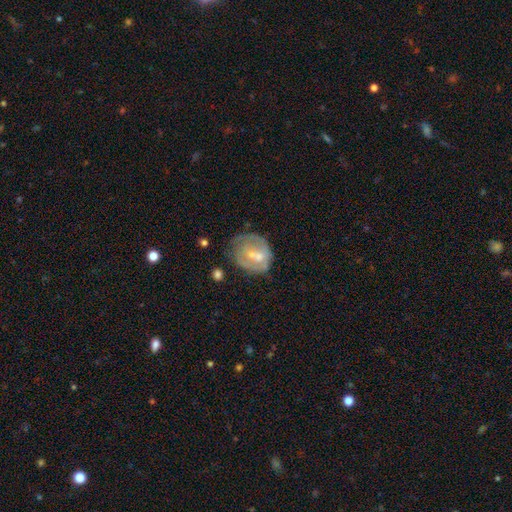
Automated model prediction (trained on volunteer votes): This is possibly a featured or disk galaxy (54%). It is clearly not viewed edge-on (97%). Bar: possibly no (59%). Spiral arm pattern: likely no (62%). Central bulge: marginally moderate (44%). Merging: marginally none (42%).